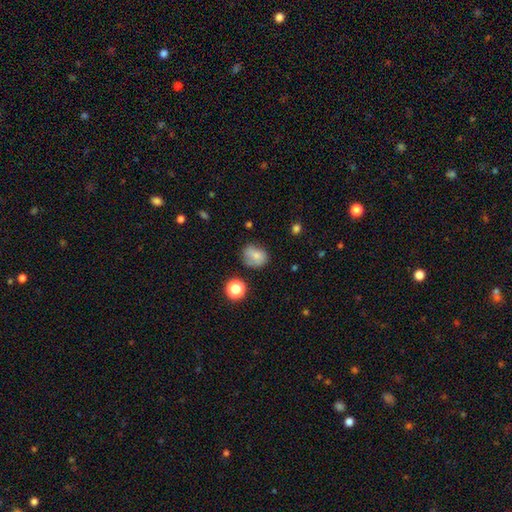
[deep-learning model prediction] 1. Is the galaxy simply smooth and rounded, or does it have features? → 73% smooth, 15% featured or disk, 12% star or artifact.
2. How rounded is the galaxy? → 51% round, 48% in between, 1% cigar-shaped.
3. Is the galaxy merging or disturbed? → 58% none, 27% minor disturbance, 9% major disturbance, 6% merger.